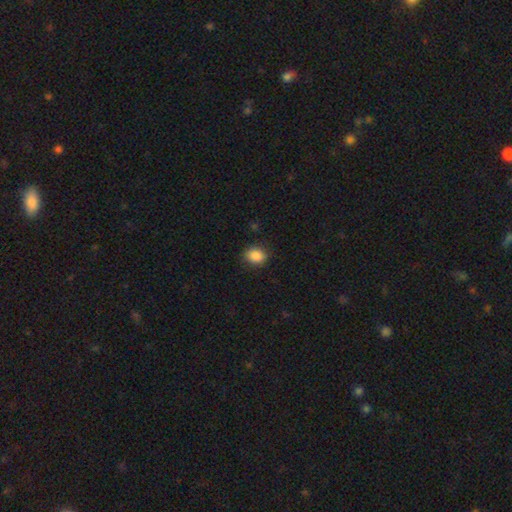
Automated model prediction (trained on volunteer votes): The model was most divided on "how rounded": in between: 55%, round: 44%, cigar-shaped: 1%. More confident: smooth or featured — smooth (87%); merging — none (83%).